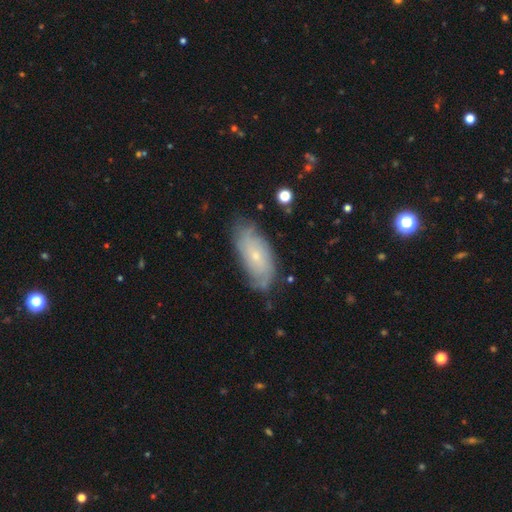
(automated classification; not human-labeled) A featured or disk galaxy (56%).

Vote fractions:
- Smooth or featured? featured or disk: 56% / smooth: 36% / star or artifact: 7%
- Edge-on disk? no: 89% / yes: 11%
- Merging? none: 70% / minor disturbance: 22% / major disturbance: 6% / merger: 2%